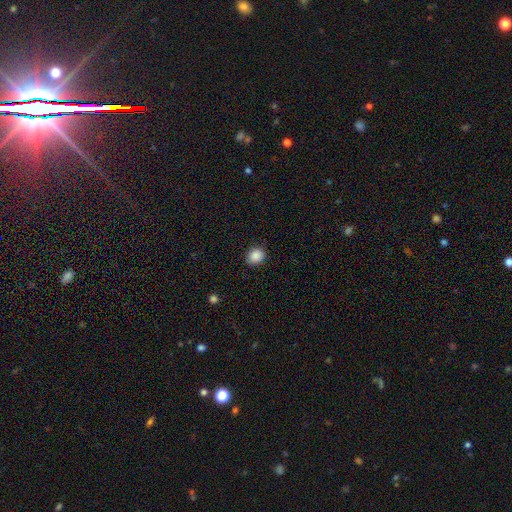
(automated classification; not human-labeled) Overall: smooth (88%). How rounded: round (70%). Merging: none (86%).